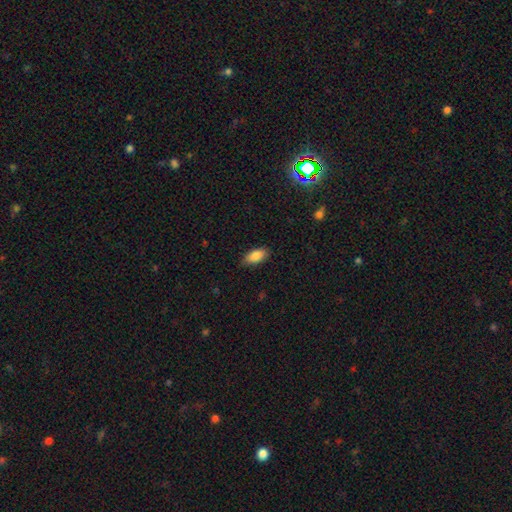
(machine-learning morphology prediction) smooth_or_featured: smooth (p=0.86) [alt: featured or disk p=0.07]
how_rounded: in between (p=0.90) [alt: cigar-shaped p=0.07]
merging: none (p=0.81) [alt: minor disturbance p=0.16]